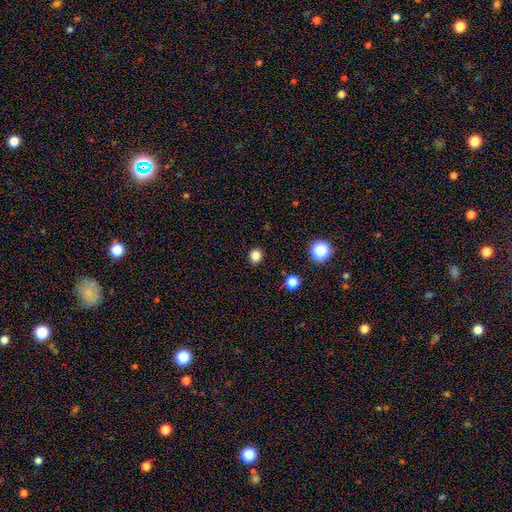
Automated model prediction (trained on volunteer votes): smooth_or_featured: smooth (p=0.83) [alt: star or artifact p=0.13]
how_rounded: round (p=0.86) [alt: in between p=0.13]
merging: none (p=0.92) [alt: minor disturbance p=0.05]